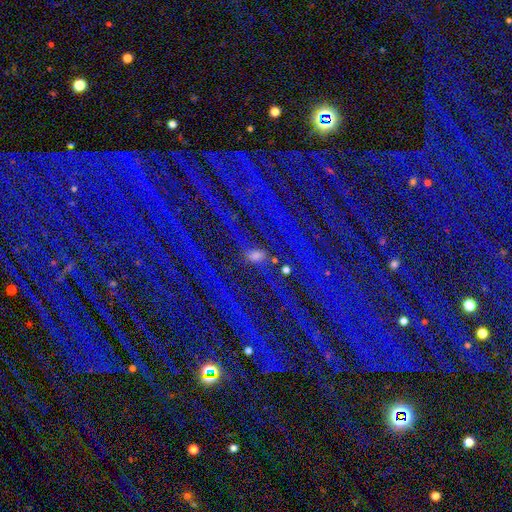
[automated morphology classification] Overall: star or artifact (64%).